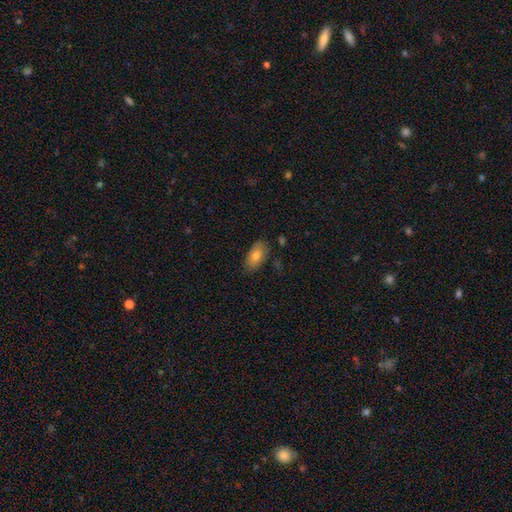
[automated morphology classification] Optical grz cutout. It shows a smooth galaxy with no disk features (73%) that is in between round and cigar-shaped (91%). Merging: none (82%).